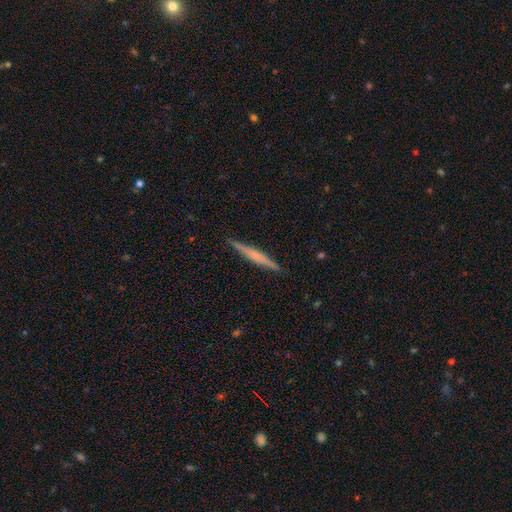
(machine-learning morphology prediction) Smooth or featured?
  - featured or disk: 52% *
  - smooth: 42%
  - star or artifact: 6%
Edge-on disk?
  - yes: 98% *
  - no: 2%
Edge-on bulge?
  - none: 49% *
  - rounded: 33%
  - boxy: 18%
Merging?
  - none: 91% *
  - minor disturbance: 7%
  - major disturbance: 1%
  - merger: 1%